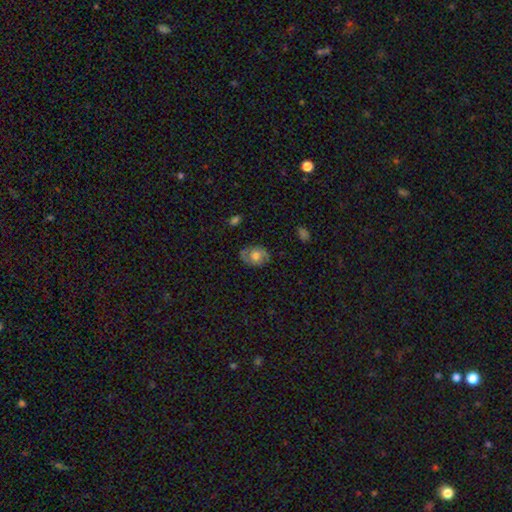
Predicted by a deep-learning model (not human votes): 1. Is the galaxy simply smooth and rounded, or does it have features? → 48% featured or disk, 44% smooth, 8% star or artifact.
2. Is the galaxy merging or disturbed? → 77% none, 17% minor disturbance, 5% major disturbance, 1% merger.